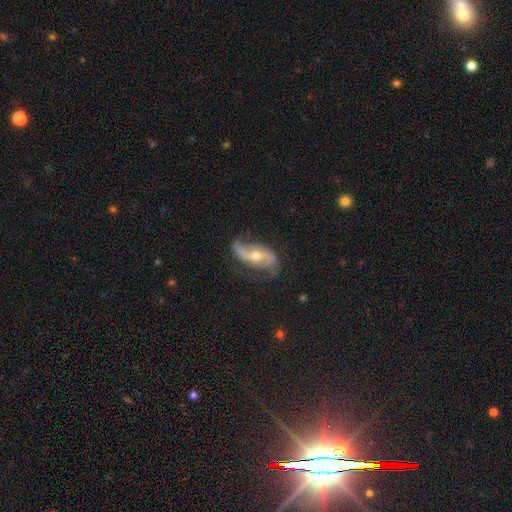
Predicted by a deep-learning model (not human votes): Smooth or featured?
  - featured or disk: 86% *
  - smooth: 9%
  - star or artifact: 6%
Edge-on disk?
  - no: 93% *
  - yes: 7%
Bar?
  - no: 42% *
  - weak: 35%
  - strong: 22%
Spiral arms?
  - yes: 95% *
  - no: 5%
Spiral winding?
  - loose: 65% *
  - medium: 26%
  - tight: 9%
Spiral arm count?
  - 2: 91% *
  - can't tell: 3%
  - 1: 3%
  - 3: 1%
  - 4: 1%
  - more than 4: 1%
Bulge size?
  - moderate: 65% *
  - small: 29%
  - large: 4%
  - none: 1%
  - dominant: 1%
Merging?
  - none: 71% *
  - minor disturbance: 19%
  - major disturbance: 8%
  - merger: 2%